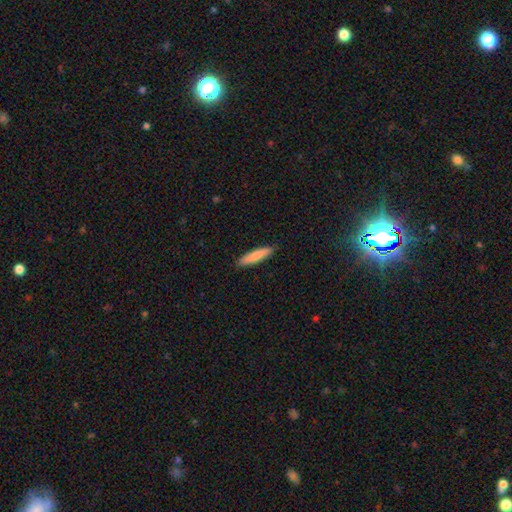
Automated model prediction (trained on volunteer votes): smooth 83%, featured or disk 12%, star or artifact 5%. Down the decision tree: how rounded — cigar-shaped (86%); merging — none (90%).